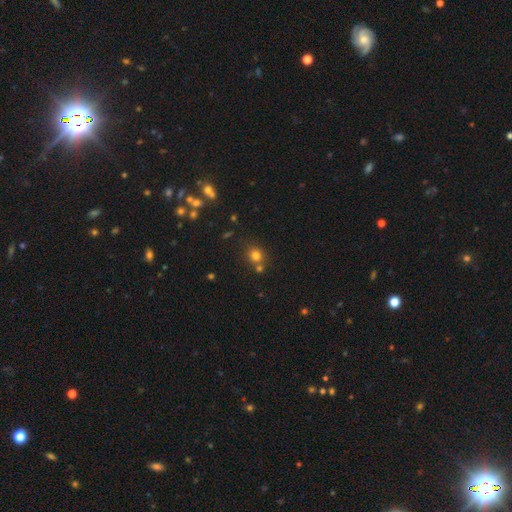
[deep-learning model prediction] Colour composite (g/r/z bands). It shows a smooth galaxy with no disk features (77%) that is round (82%). Merging: none (66%).